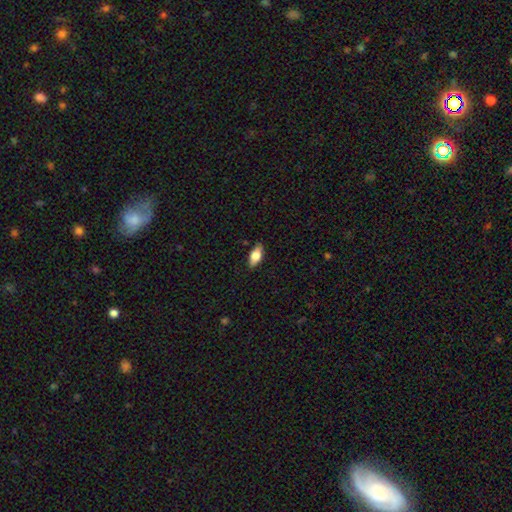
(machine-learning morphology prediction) Q: Smooth or featured?
A: smooth (70%); runner-up: featured or disk (24%)
Q: How rounded?
A: in between (82%); runner-up: cigar-shaped (15%)
Q: Merging?
A: none (85%); runner-up: minor disturbance (11%)